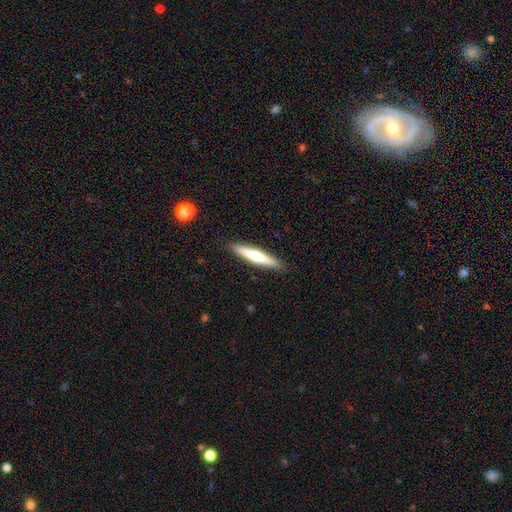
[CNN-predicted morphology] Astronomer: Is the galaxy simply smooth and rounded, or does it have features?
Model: smooth — 50% (runner-up: featured or disk, 45%).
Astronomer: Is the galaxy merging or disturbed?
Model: none — 90%.